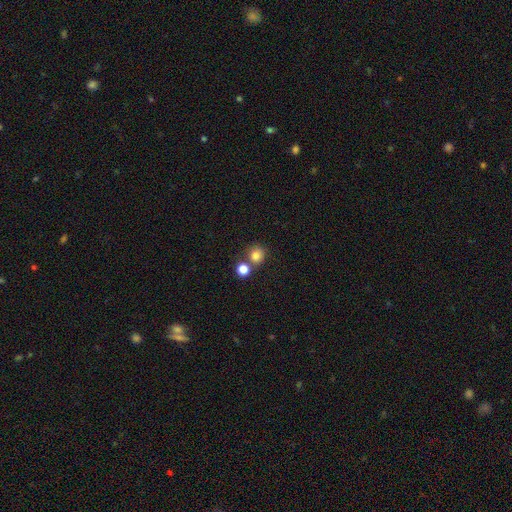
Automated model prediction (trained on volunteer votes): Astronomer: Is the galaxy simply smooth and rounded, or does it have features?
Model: smooth — 80%.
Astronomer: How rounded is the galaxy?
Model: round — 86%.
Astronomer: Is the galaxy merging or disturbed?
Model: none — 65%.